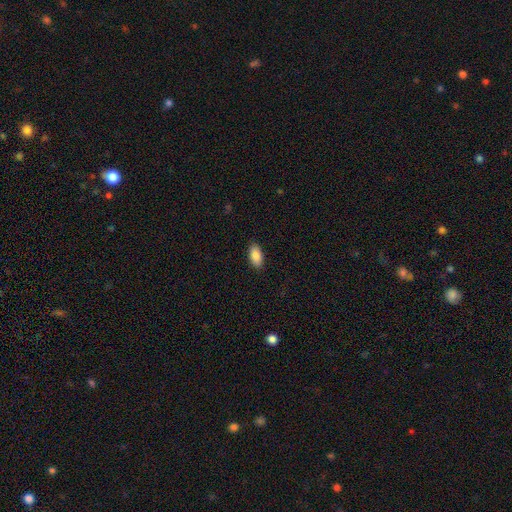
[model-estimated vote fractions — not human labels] The model was most divided on "smooth or featured": smooth: 88%, star or artifact: 7%, featured or disk: 5%. More confident: how rounded — in between (92%); merging — none (89%).